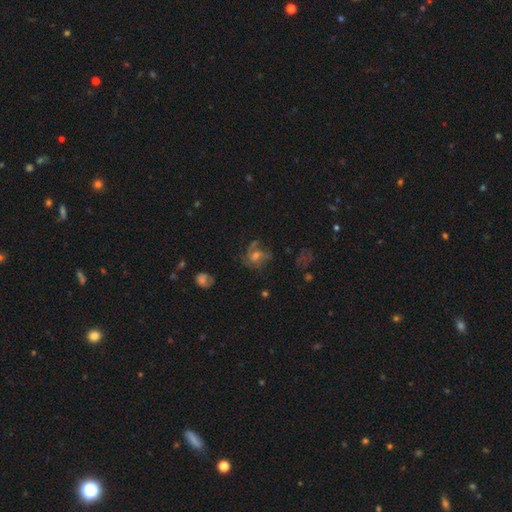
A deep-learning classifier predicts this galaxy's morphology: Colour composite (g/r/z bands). It shows a featured or disk galaxy (59%) with no bar (55%), spiral arms (82%) and a moderate central bulge (57%). Merging: none (57%).